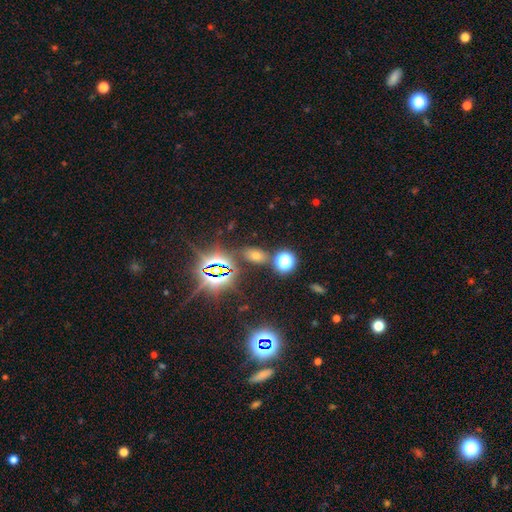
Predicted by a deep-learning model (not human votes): Morphology: type=star or artifact (51%).